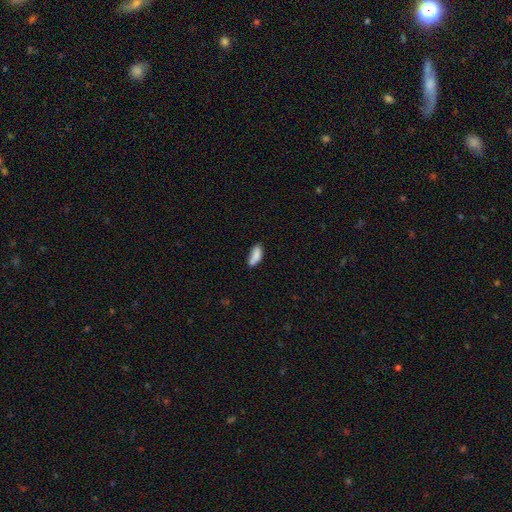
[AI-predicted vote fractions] The model was most divided on "merging": none: 53%, minor disturbance: 30%, merger: 10%, major disturbance: 8%. More confident: smooth or featured — smooth (83%); how rounded — in between (71%).